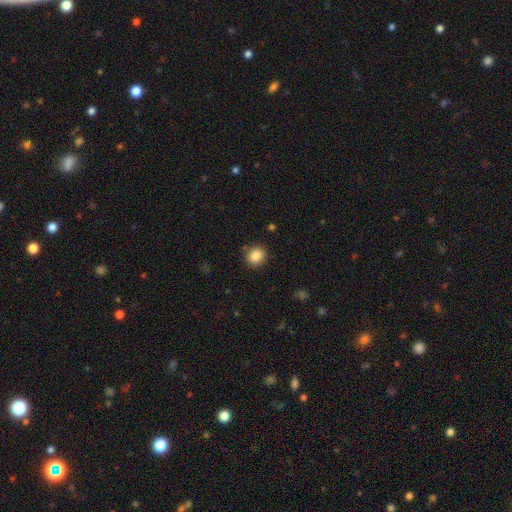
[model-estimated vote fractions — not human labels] smooth 87%, star or artifact 9%, featured or disk 4%. Down the decision tree: how rounded — round (83%); merging — none (88%).